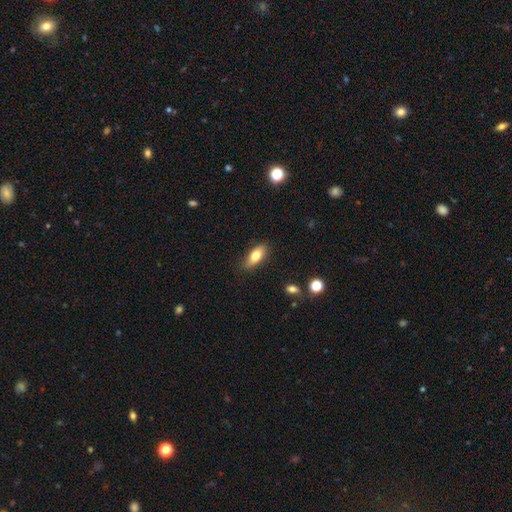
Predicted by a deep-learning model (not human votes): smooth_or_featured: smooth (p=0.78) [alt: featured or disk p=0.15]
how_rounded: in between (p=0.81) [alt: cigar-shaped p=0.16]
merging: none (p=0.83) [alt: minor disturbance p=0.13]